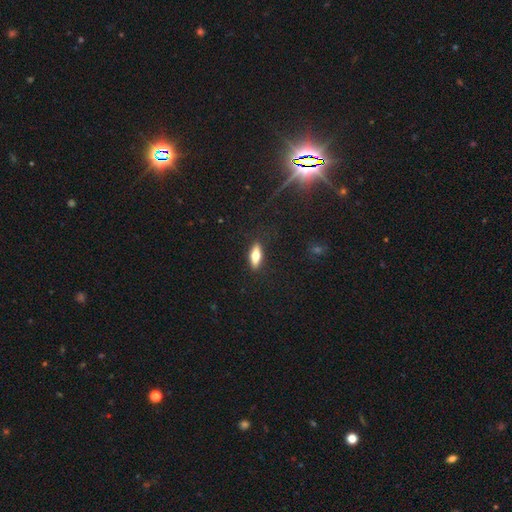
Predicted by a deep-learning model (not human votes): A smooth galaxy with no disk features (63%) that is in between round and cigar-shaped (59%).

Vote fractions:
- Smooth or featured? smooth: 63% / featured or disk: 30% / star or artifact: 7%
- How rounded? in between: 59% / cigar-shaped: 37% / round: 3%
- Merging? none: 88% / minor disturbance: 8% / major disturbance: 2% / merger: 1%